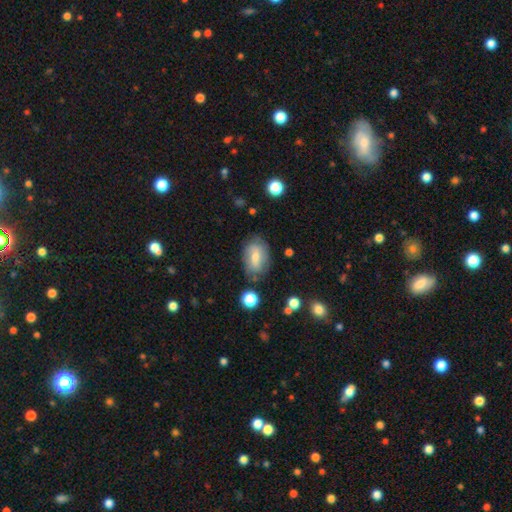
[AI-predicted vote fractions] Smooth or featured: smooth — 56% (featured or disk — 35%)
How rounded: in between — 85% (round — 12%)
Merging: none — 73% (minor disturbance — 19%)